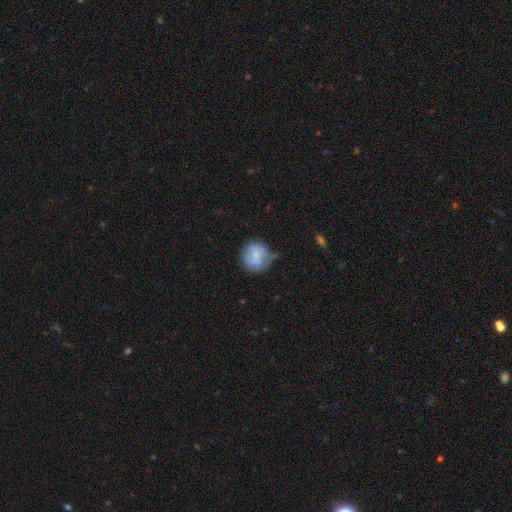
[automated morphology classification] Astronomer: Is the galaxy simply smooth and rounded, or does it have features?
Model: smooth — 58% (runner-up: featured or disk, 34%).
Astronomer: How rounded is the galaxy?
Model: round — 83%.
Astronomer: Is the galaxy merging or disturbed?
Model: none — 48% (runner-up: minor disturbance, 33%).